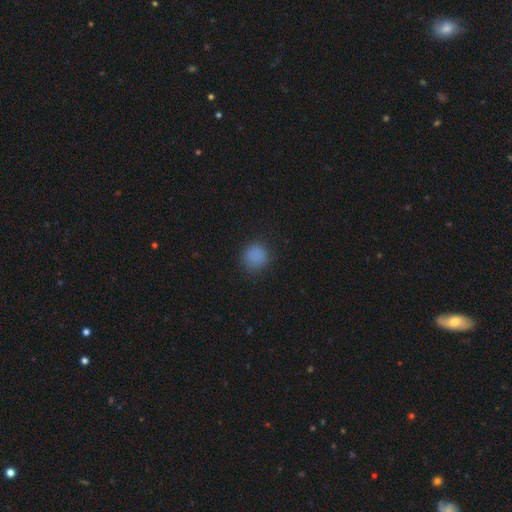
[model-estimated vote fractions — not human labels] Smooth or featured? smooth (83%)
How rounded? round (88%)
Merging? none (85%)